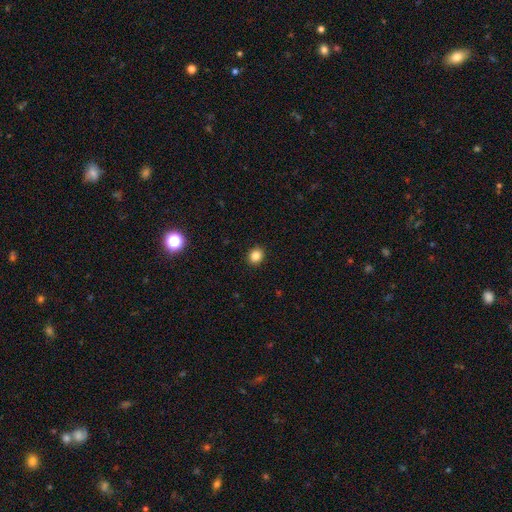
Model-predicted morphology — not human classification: Overall: smooth (85%). How rounded: round (76%). Merging: none (92%).